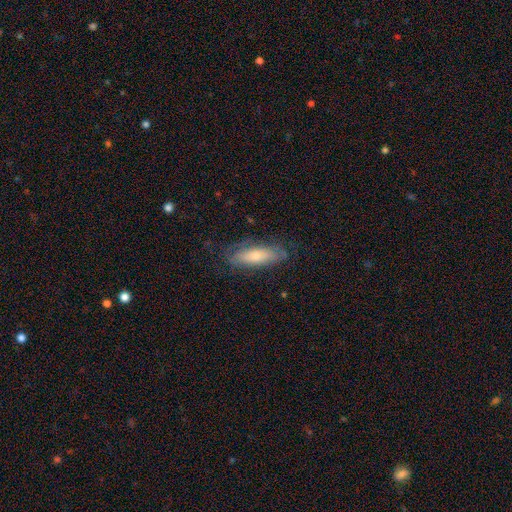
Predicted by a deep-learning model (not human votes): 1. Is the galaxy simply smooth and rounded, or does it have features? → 60% smooth, 33% featured or disk, 7% star or artifact.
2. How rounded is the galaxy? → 52% in between, 46% cigar-shaped, 2% round.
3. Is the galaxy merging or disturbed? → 72% none, 19% minor disturbance, 7% major disturbance, 1% merger.